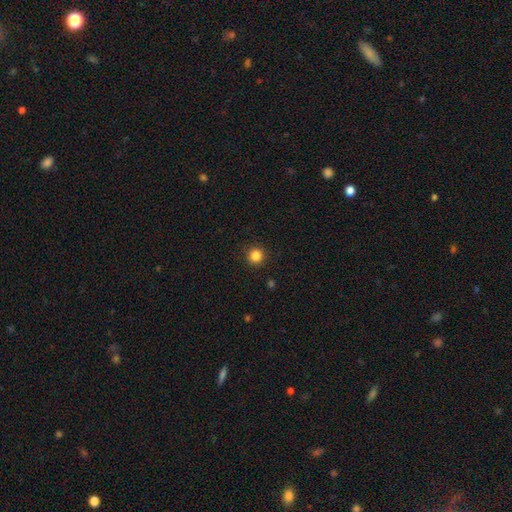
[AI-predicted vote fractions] This appears to be a smooth galaxy with no disk features (85%) that is round (95%). Merging: none (92%).